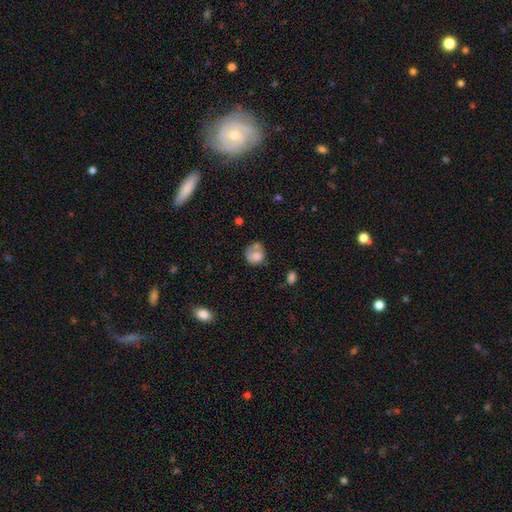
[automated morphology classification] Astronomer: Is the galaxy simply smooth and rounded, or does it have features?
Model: smooth — 70%.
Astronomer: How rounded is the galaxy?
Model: round — 71%.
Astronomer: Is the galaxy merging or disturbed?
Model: none — 41% (runner-up: minor disturbance, 26%).